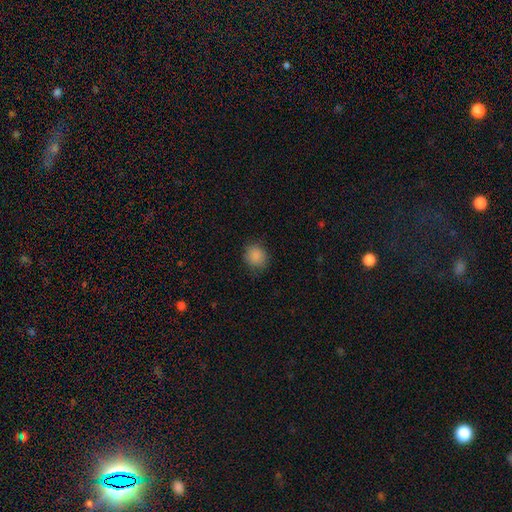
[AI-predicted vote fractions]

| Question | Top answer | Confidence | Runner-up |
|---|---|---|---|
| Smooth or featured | smooth | 87% | star or artifact (9%) |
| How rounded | round | 79% | in between (20%) |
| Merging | none | 84% | minor disturbance (12%) |